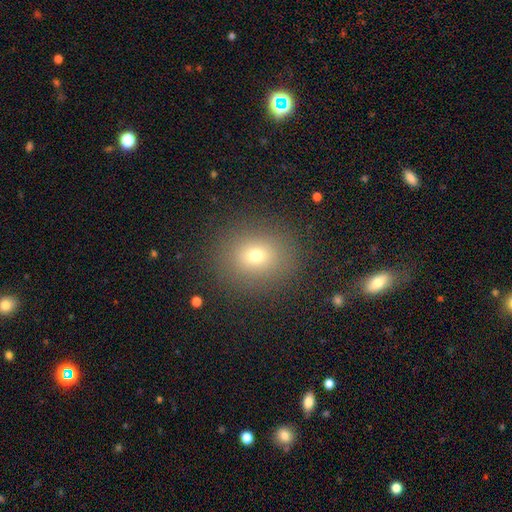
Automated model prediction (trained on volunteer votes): smooth_or_featured: smooth (p=0.70) [alt: star or artifact p=0.18]
how_rounded: round (p=0.80) [alt: in between p=0.19]
merging: none (p=0.87) [alt: minor disturbance p=0.08]